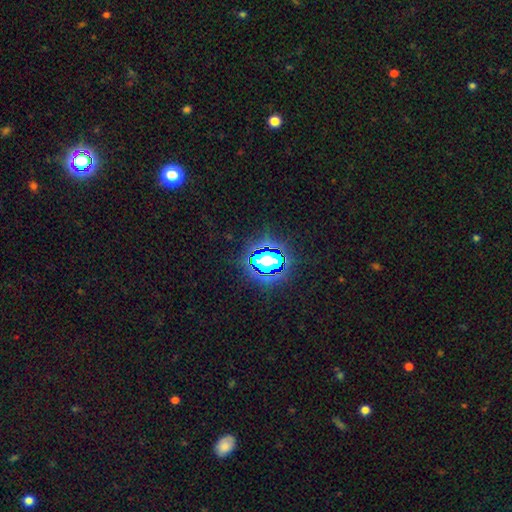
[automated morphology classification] smooth-or-featured: star or artifact: 67% | smooth: 23% | featured or disk: 10%